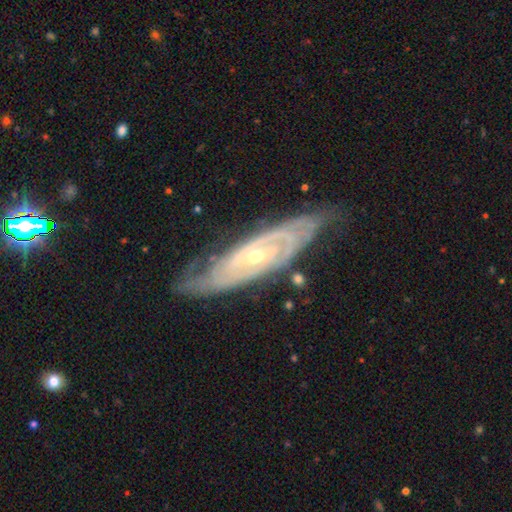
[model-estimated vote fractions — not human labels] smooth-or-featured: featured or disk: 88% | smooth: 7% | star or artifact: 6%
  disk-edge-on: no: 85% | yes: 15%
    bar: no: 61% | weak: 28% | strong: 12%
    has-spiral-arms: yes: 95% | no: 5%
      spiral-winding: tight: 72% | medium: 23% | loose: 5%
      spiral-arm-count: 2: 41% | can't tell: 31% | 3: 13% | 4: 6% | more than 4: 4% | 1: 4%
    bulge-size: small: 69% | moderate: 29% | large: 1% | none: 1% | dominant: 1%
  merging: none: 74% | minor disturbance: 19% | major disturbance: 5% | merger: 2%